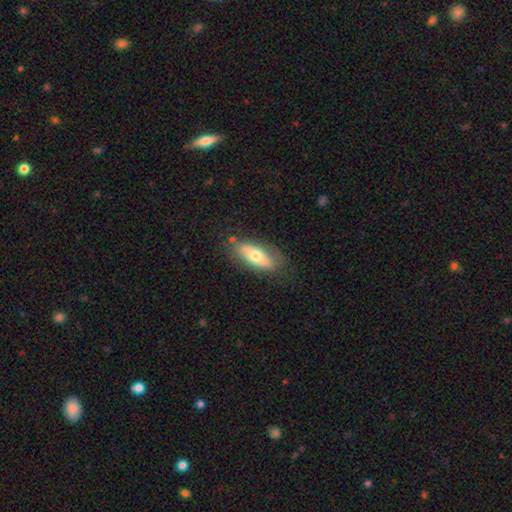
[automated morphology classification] This is possibly a smooth galaxy (59%). How rounded: likely in between (80%). Merging: likely none (75%).